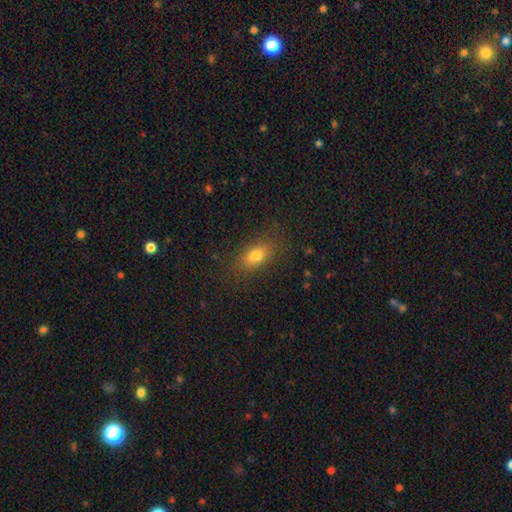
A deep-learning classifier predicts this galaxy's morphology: Overall: smooth (78%). How rounded: in between (81%). Merging: none (83%).